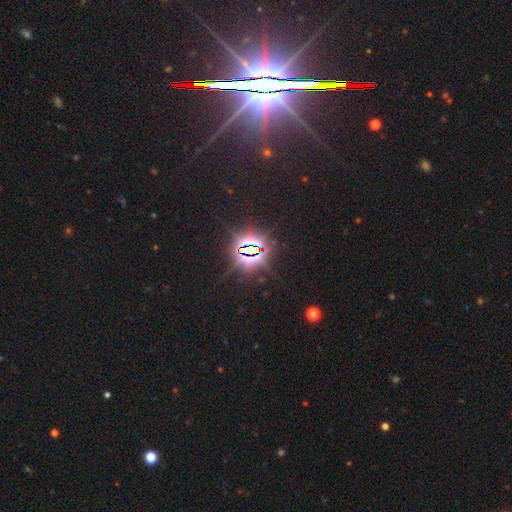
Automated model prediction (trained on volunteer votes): A star or artifact, not a galaxy (85%).